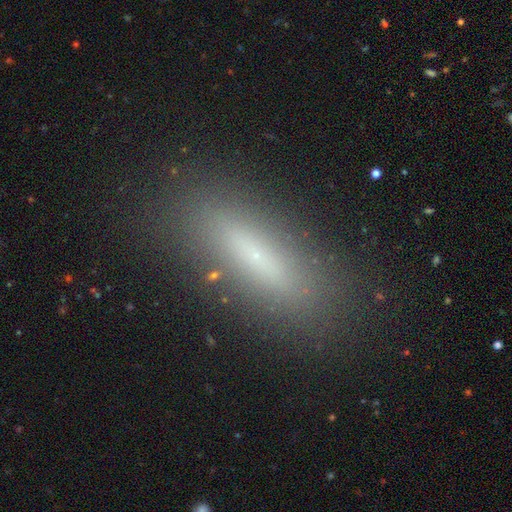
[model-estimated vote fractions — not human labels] The model was most divided on "smooth or featured": smooth: 58%, featured or disk: 29%, star or artifact: 13%. More confident: merging — none (86%); how rounded — cigar-shaped (68%).